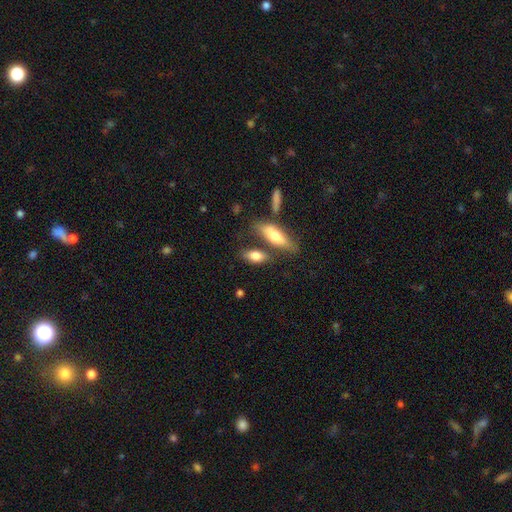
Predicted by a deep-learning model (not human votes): Overall: smooth (77%). How rounded: in between (78%). Merging: none (56%; merger 23%).